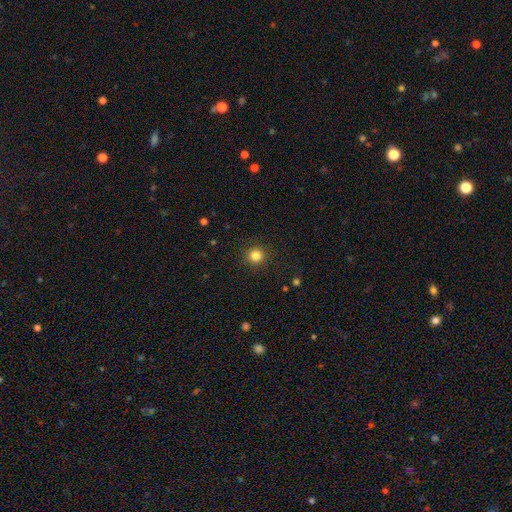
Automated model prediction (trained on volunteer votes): Smooth or featured? smooth (83%)
How rounded? round (94%)
Merging? none (91%)